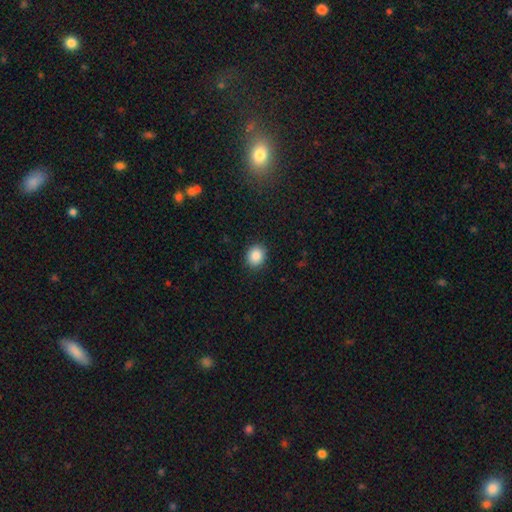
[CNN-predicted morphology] The model was most divided on "how rounded": round: 68%, in between: 31%, cigar-shaped: 1%. More confident: merging — none (91%); smooth or featured — smooth (88%).